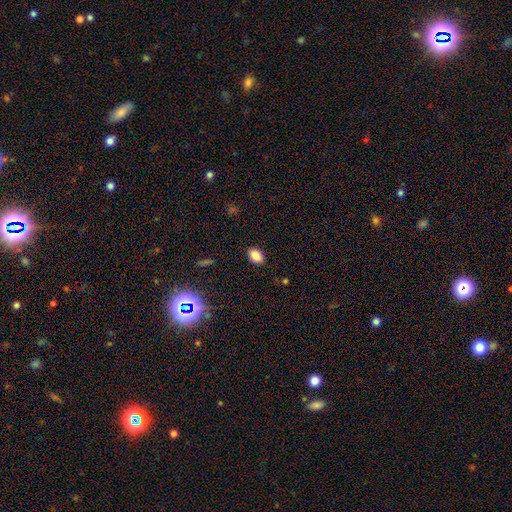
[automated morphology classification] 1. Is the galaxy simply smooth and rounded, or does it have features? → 84% smooth, 11% star or artifact, 5% featured or disk.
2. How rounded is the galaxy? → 79% in between, 19% round, 1% cigar-shaped.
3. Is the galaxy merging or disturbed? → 88% none, 9% minor disturbance, 2% major disturbance, 1% merger.